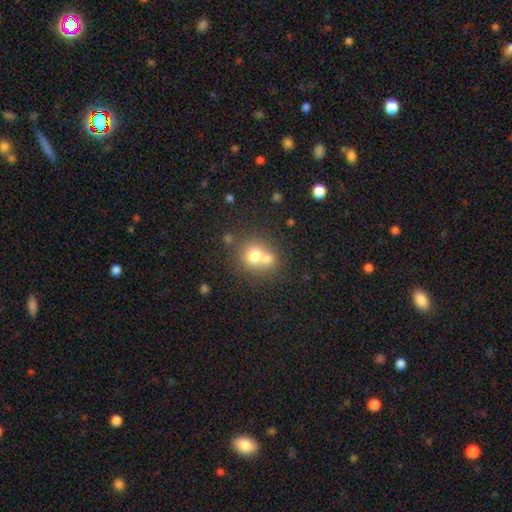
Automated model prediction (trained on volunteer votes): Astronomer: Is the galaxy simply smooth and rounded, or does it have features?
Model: smooth — 71%.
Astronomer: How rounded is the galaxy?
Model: round — 82%.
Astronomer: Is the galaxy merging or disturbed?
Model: merger — 51% (runner-up: none, 40%).